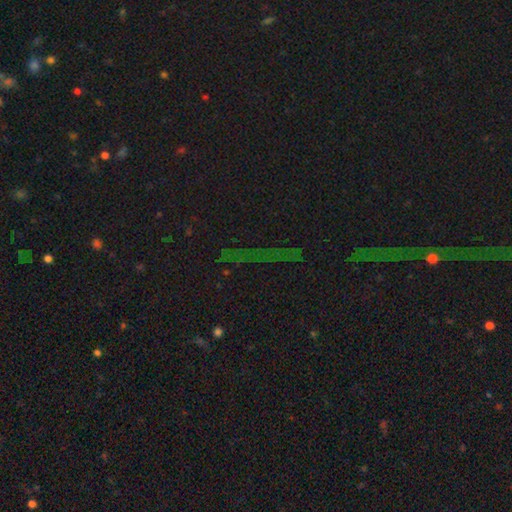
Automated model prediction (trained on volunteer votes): A star or artifact, not a galaxy (80%).

Vote fractions:
- Smooth or featured? star or artifact: 80% / smooth: 10% / featured or disk: 9%